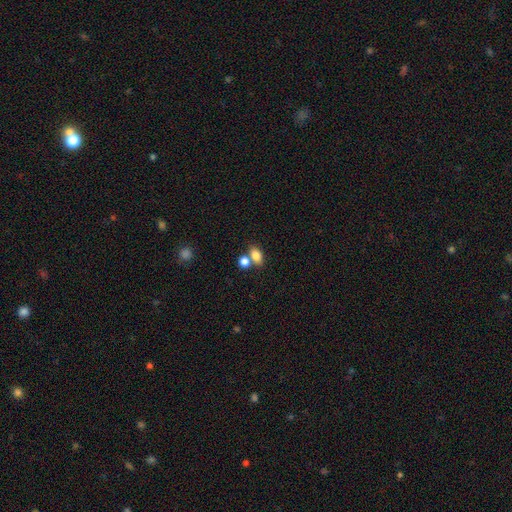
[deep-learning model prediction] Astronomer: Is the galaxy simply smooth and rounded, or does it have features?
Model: smooth — 82%.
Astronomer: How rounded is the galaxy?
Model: in between — 78%.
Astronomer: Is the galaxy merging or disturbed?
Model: none — 53% (runner-up: merger, 33%).